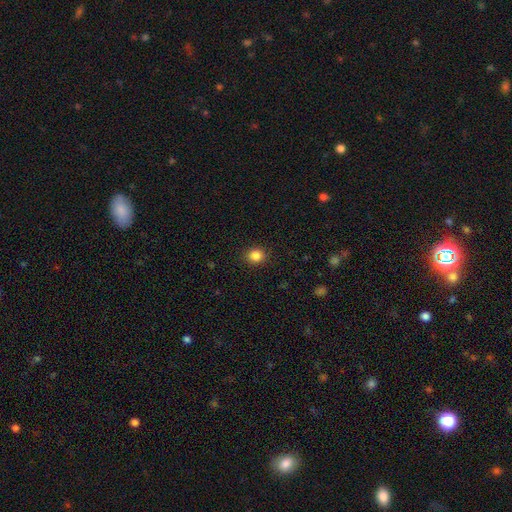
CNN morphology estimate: Overall: smooth (85%). How rounded: round (77%). Merging: none (90%).